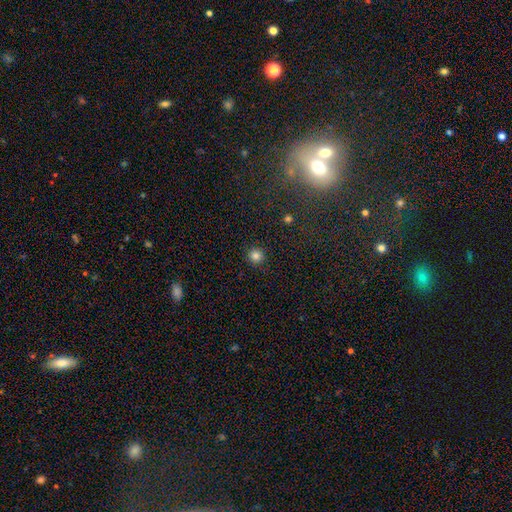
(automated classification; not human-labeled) Smooth or featured?
  - smooth: 84% *
  - star or artifact: 12%
  - featured or disk: 4%
How rounded?
  - round: 95% *
  - in between: 4%
  - cigar-shaped: 1%
Merging?
  - none: 92% *
  - minor disturbance: 5%
  - major disturbance: 2%
  - merger: 1%